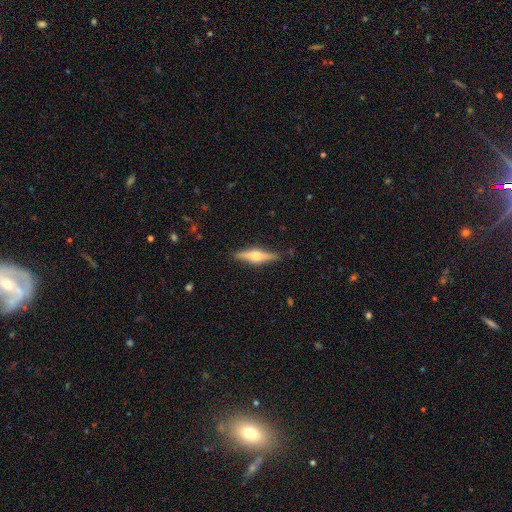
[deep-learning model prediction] Smooth or featured? featured or disk (65%)
Edge-on disk? yes (96%)
Edge-on bulge? rounded (93%)
Merging? none (87%)